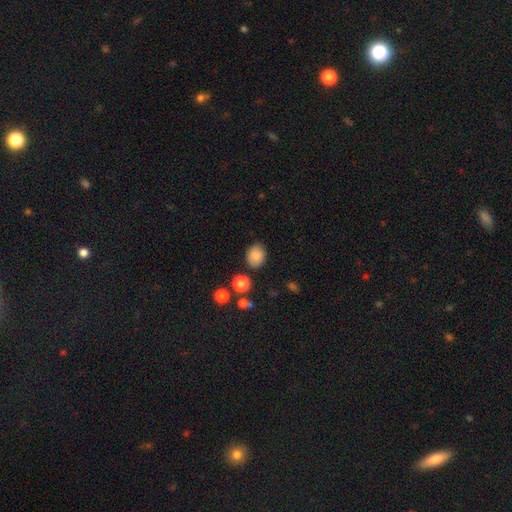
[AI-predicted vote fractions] This is clearly a smooth galaxy (84%). How rounded: possibly round (53%). Merging: clearly none (81%).